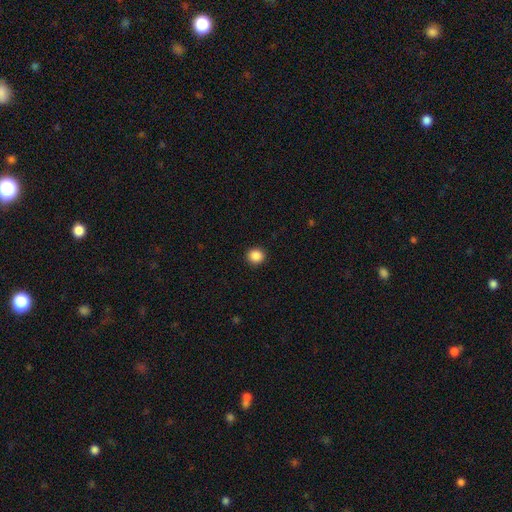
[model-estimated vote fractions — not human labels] This is clearly a smooth galaxy (87%). How rounded: clearly round (91%). Merging: clearly none (93%).